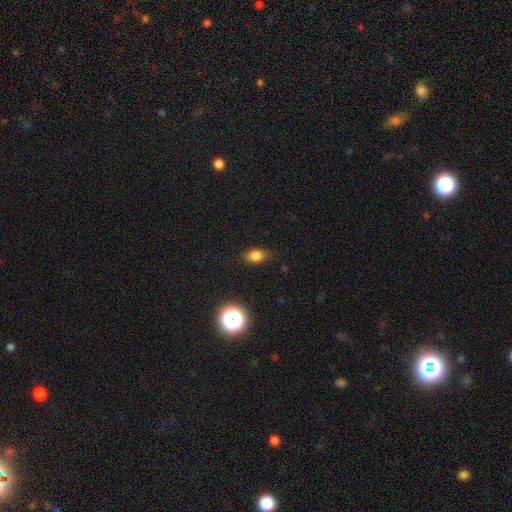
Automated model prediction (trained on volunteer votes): This appears to be a smooth galaxy with no disk features (80%) that is in between round and cigar-shaped (75%). Merging: none (82%).